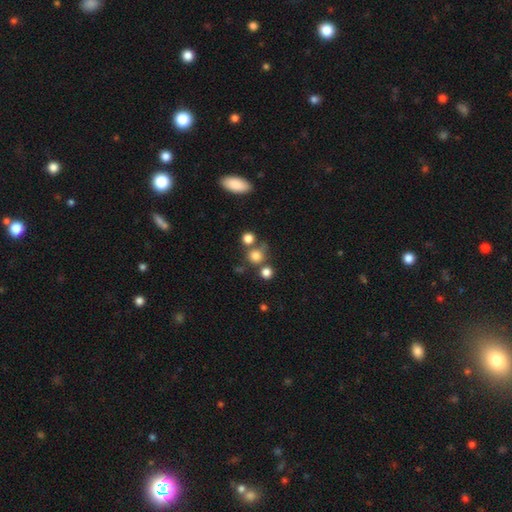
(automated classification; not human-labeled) smooth 78%, star or artifact 14%, featured or disk 8%. Down the decision tree: how rounded — round (90%); merging — none (63%).